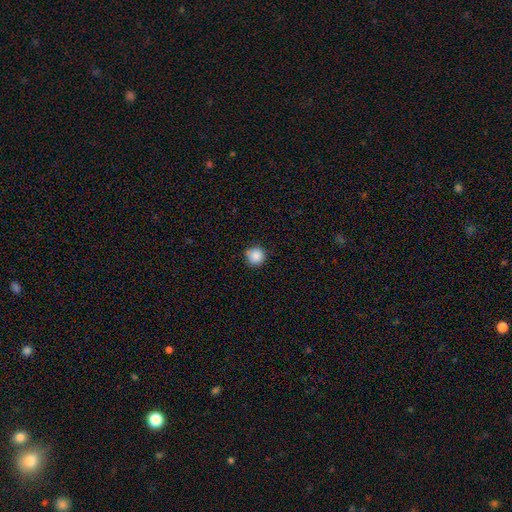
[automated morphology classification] This is clearly a smooth galaxy (87%). How rounded: clearly round (94%). Merging: clearly none (82%).